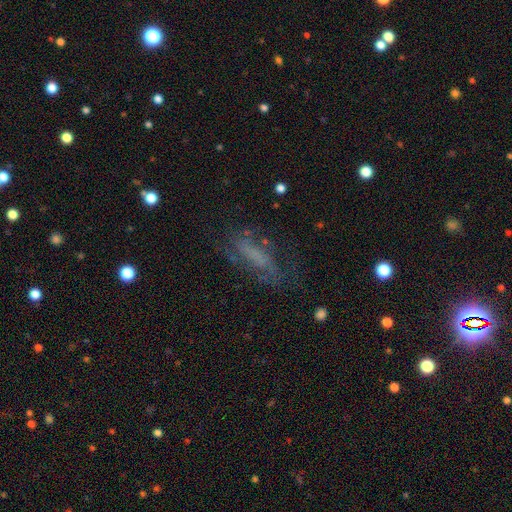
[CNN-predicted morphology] Smooth or featured?
  - featured or disk: 45% *
  - smooth: 38%
  - star or artifact: 16%
Merging?
  - none: 56% *
  - minor disturbance: 22%
  - major disturbance: 20%
  - merger: 2%